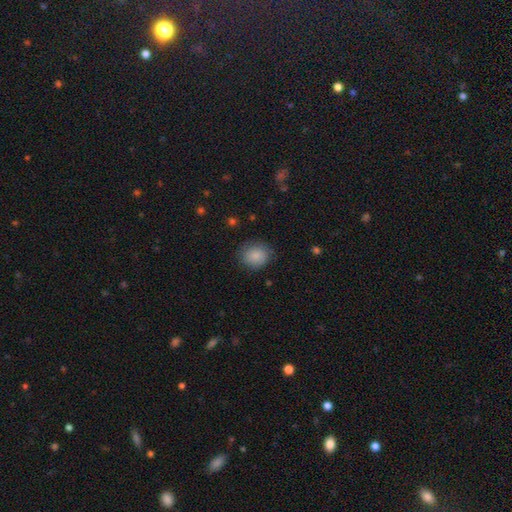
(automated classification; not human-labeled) A smooth galaxy with no disk features (86%) that is round (78%). Merging: none (80%).